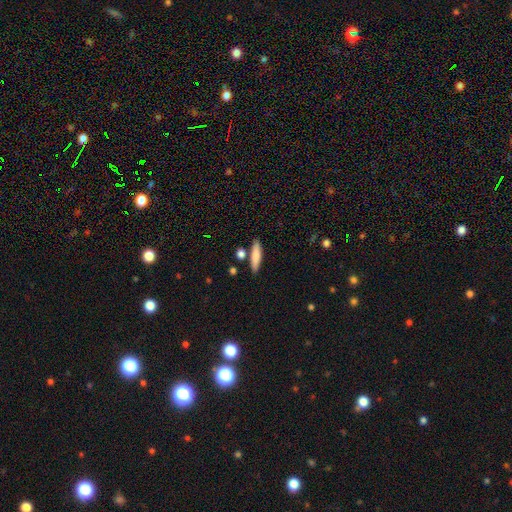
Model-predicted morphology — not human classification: Q: Smooth or featured?
A: smooth (77%); runner-up: featured or disk (17%)
Q: How rounded?
A: cigar-shaped (76%); runner-up: in between (21%)
Q: Merging?
A: none (81%); runner-up: minor disturbance (10%)